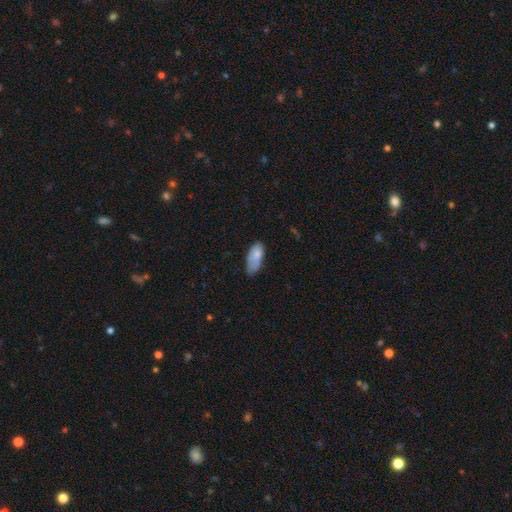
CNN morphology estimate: Q: Smooth or featured?
A: smooth (78%); runner-up: featured or disk (15%)
Q: How rounded?
A: in between (87%); runner-up: cigar-shaped (11%)
Q: Merging?
A: minor disturbance (41%); runner-up: none (40%)